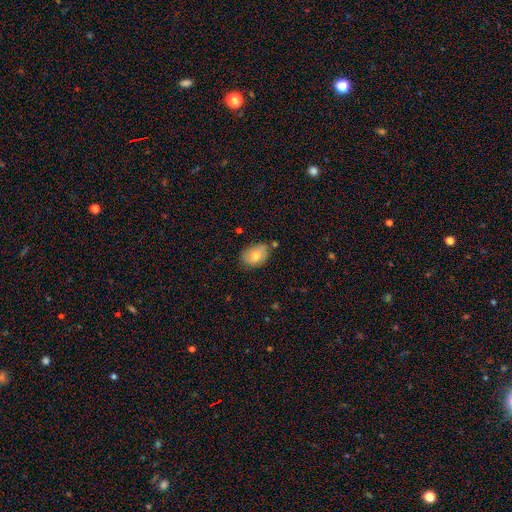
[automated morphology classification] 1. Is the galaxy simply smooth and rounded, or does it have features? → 73% smooth, 19% featured or disk, 8% star or artifact.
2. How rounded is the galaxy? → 78% in between, 21% round, 1% cigar-shaped.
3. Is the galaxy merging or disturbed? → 70% none, 21% minor disturbance, 5% merger, 4% major disturbance.